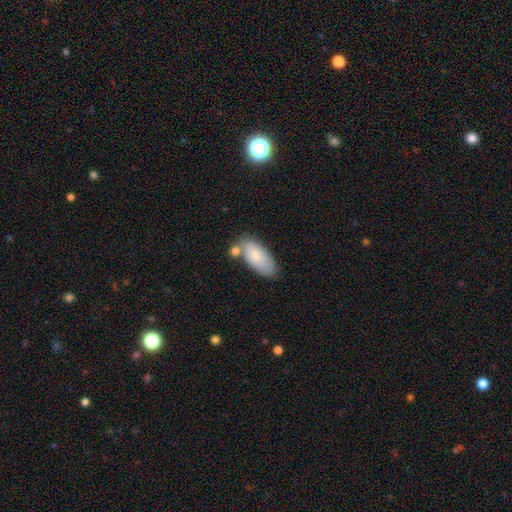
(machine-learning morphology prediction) Overall: smooth (77%). How rounded: in between (90%). Merging: none (58%; merger 20%).